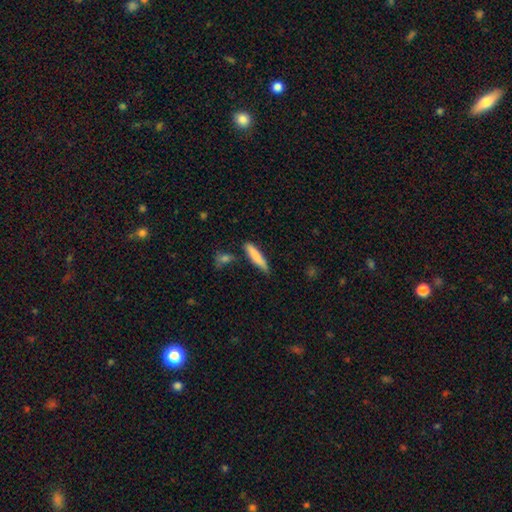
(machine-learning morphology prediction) Overall: smooth (81%). How rounded: cigar-shaped (83%). Merging: none (76%).